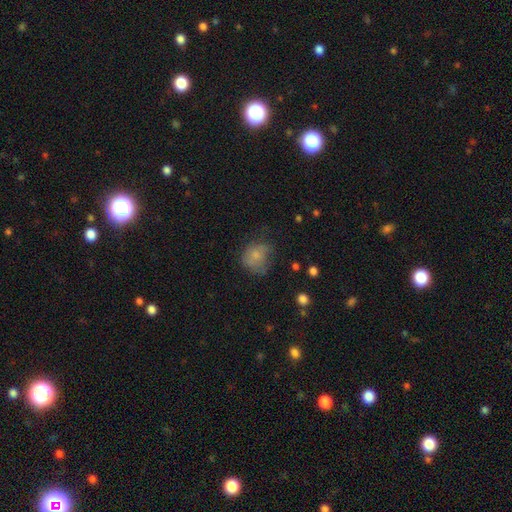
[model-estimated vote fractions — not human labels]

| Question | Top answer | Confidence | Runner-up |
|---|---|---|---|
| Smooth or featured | smooth | 71% | featured or disk (17%) |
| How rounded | round | 64% | in between (35%) |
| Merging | none | 46% | minor disturbance (31%) |